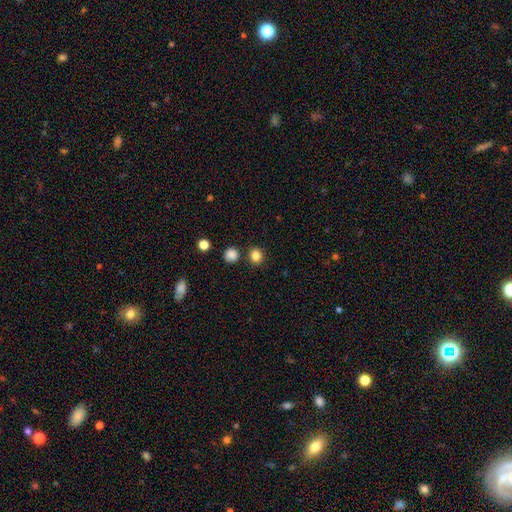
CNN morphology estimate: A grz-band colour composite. It shows a smooth galaxy with no disk features (85%) that is round (84%). Merging: none (85%).